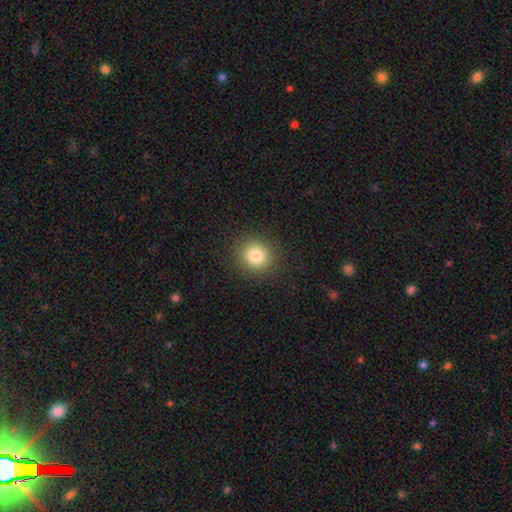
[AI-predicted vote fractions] Smooth or featured? Predicted: smooth (p=0.82). How rounded? Predicted: round (p=0.88). Merging? Predicted: none (p=0.91).